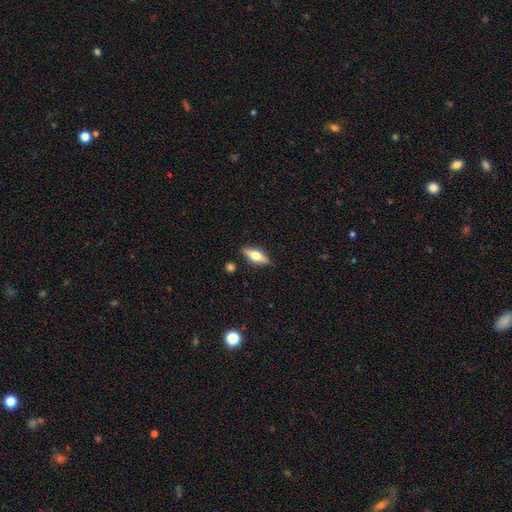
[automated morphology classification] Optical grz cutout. It shows a featured or disk galaxy (54%) viewed edge-on (92%). Merging: none (85%).